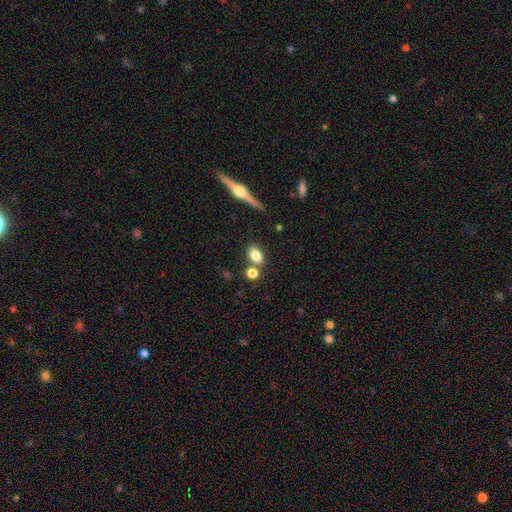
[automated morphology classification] Overall: smooth (79%). How rounded: in between (74%). Merging: none (67%).